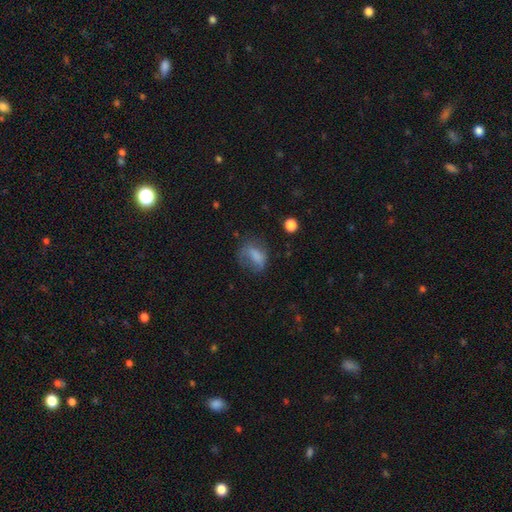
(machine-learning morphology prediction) A smooth galaxy with no disk features (66%) that is in between round and cigar-shaped (68%).

Vote fractions:
- Smooth or featured? smooth: 66% / featured or disk: 22% / star or artifact: 12%
- How rounded? in between: 68% / round: 28% / cigar-shaped: 3%
- Merging? none: 39% / major disturbance: 32% / minor disturbance: 27% / merger: 3%